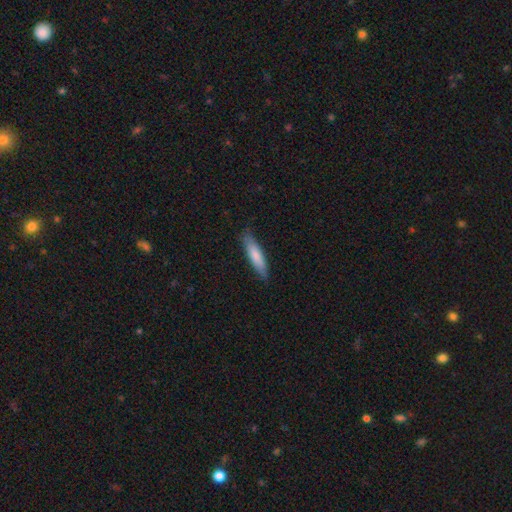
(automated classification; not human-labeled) Morphology: type=smooth (79%); roundness=cigar-shaped (80%); merging=none (84%).